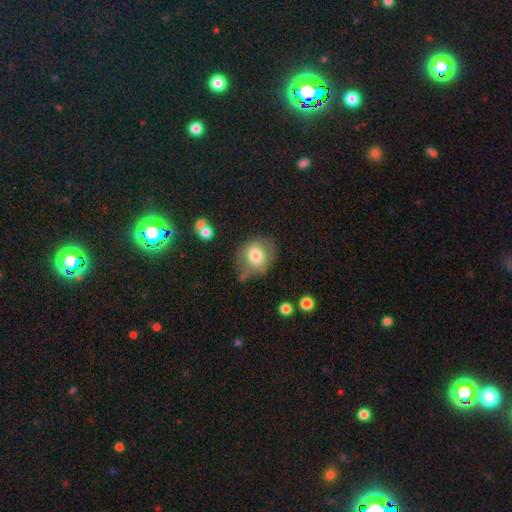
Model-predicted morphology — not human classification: smooth-or-featured: smooth: 74% | featured or disk: 18% | star or artifact: 8%
  how-rounded: round: 70% | in between: 29% | cigar-shaped: 1%
  merging: none: 54% | minor disturbance: 29% | major disturbance: 12% | merger: 5%